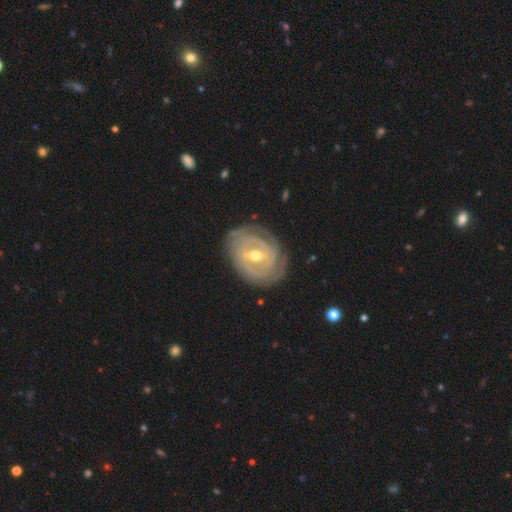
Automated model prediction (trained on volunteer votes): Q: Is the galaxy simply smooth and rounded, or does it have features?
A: featured or disk — 88%.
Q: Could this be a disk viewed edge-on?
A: no — 96%.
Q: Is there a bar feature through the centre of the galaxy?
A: weak — 47%.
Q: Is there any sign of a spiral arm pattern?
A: yes — 95%.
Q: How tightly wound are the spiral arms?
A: tight — 79%.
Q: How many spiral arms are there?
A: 2 — 30%.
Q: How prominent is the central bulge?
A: moderate — 57%.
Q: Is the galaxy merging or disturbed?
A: none — 78%.